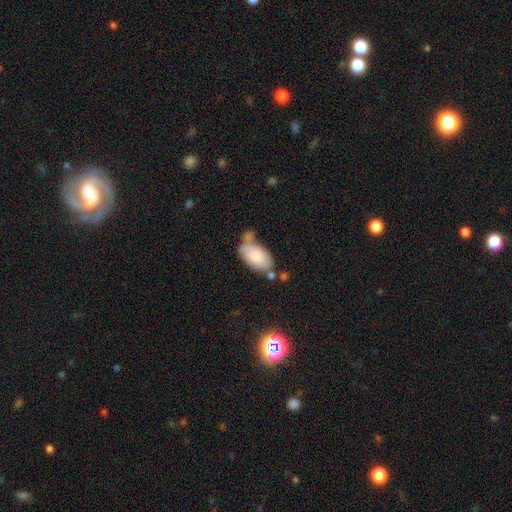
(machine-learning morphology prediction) The model was most divided on "merging": none: 44%, minor disturbance: 24%, merger: 23%, major disturbance: 9%. More confident: how rounded — in between (95%); smooth or featured — smooth (81%).